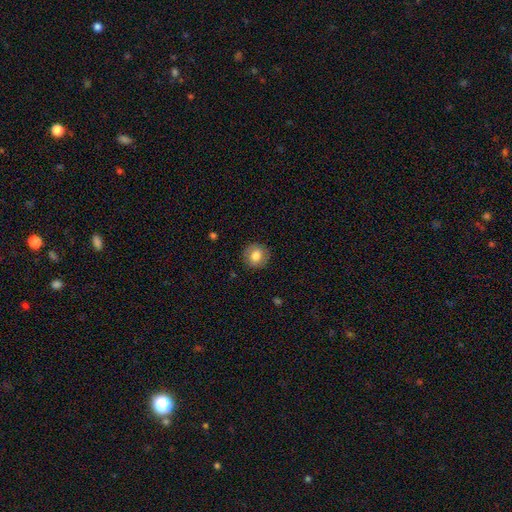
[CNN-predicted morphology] Smooth or featured? smooth (76%)
How rounded? round (85%)
Merging? none (87%)